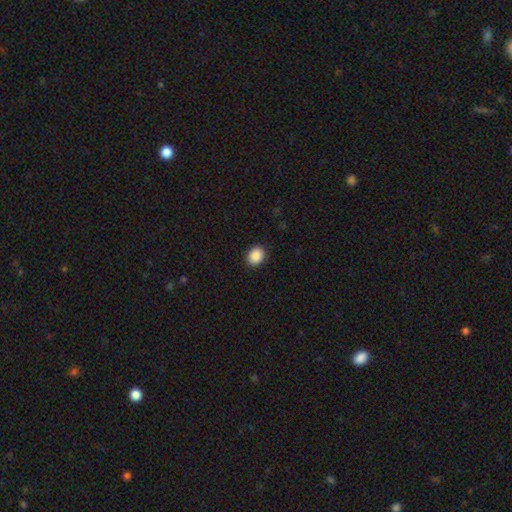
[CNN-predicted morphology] A smooth galaxy with no disk features (89%) that is round (62%).

Vote fractions:
- Smooth or featured? smooth: 89% / star or artifact: 9% / featured or disk: 2%
- How rounded? round: 62% / in between: 37% / cigar-shaped: 1%
- Merging? none: 91% / minor disturbance: 7% / major disturbance: 2% / merger: 1%